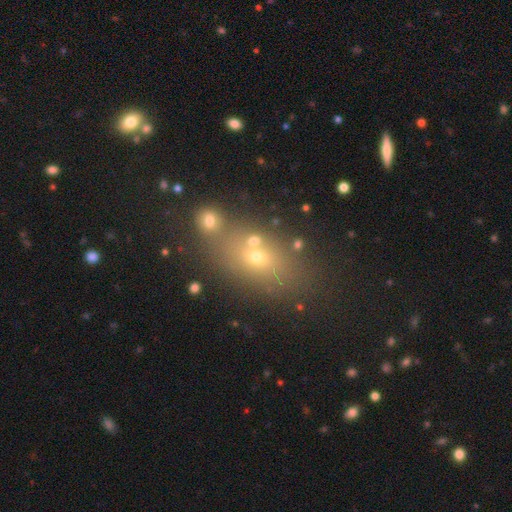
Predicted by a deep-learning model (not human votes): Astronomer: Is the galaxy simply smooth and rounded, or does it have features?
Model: smooth — 52% (runner-up: star or artifact, 28%).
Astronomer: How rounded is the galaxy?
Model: in between — 66%.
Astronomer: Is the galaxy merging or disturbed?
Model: none — 57%.